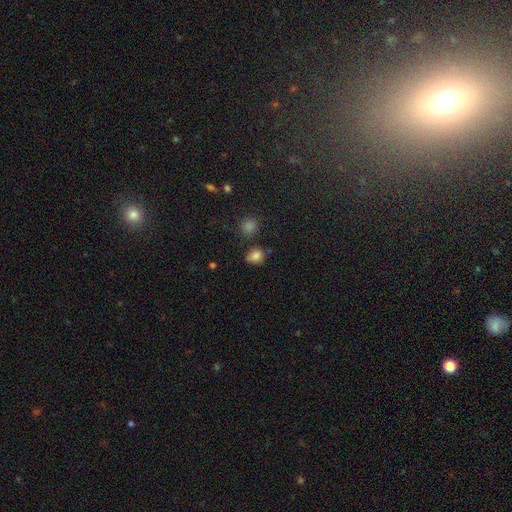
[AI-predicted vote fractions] smooth 81%, star or artifact 13%, featured or disk 6%. Down the decision tree: how rounded — round (70%); merging — none (70%).